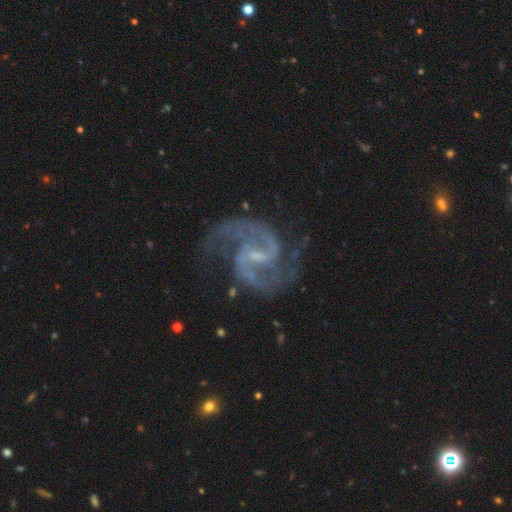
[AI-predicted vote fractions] Smooth or featured? featured or disk (93%)
Edge-on disk? no (98%)
Bar? weak (59%)
Spiral arms? yes (98%)
Spiral winding? medium (64%)
Spiral arm count? 2 (91%)
Bulge size? small (55%)
Merging? none (72%)